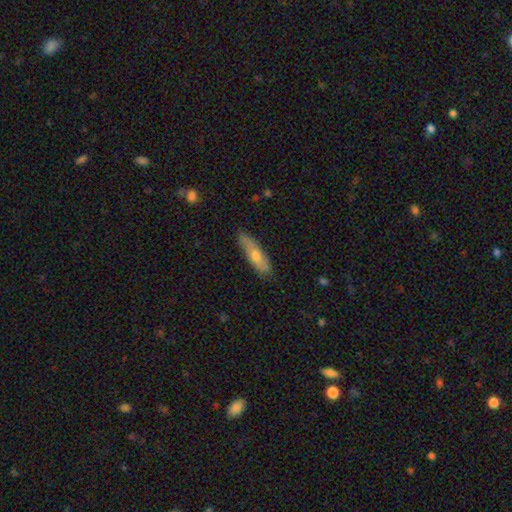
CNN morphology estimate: The model was most divided on "smooth or featured": smooth: 60%, featured or disk: 34%, star or artifact: 6%. More confident: merging — none (78%); how rounded — cigar-shaped (63%).